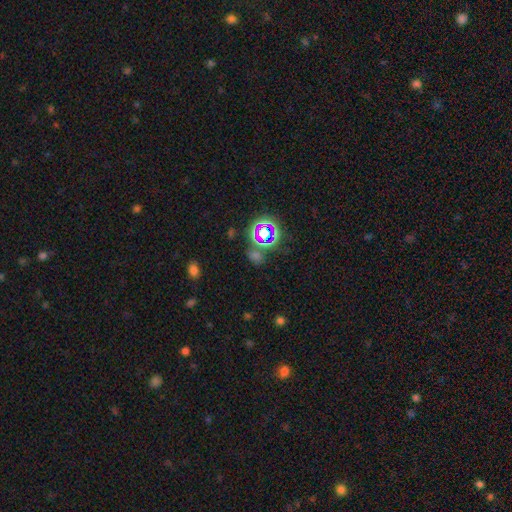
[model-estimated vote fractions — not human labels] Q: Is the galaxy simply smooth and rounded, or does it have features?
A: star or artifact — 58%.